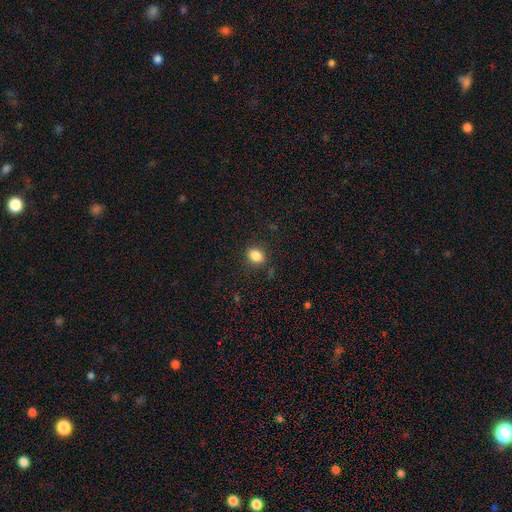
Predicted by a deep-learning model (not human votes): The model was most divided on "how rounded": round: 51%, in between: 48%, cigar-shaped: 1%. More confident: merging — none (86%); smooth or featured — smooth (85%).